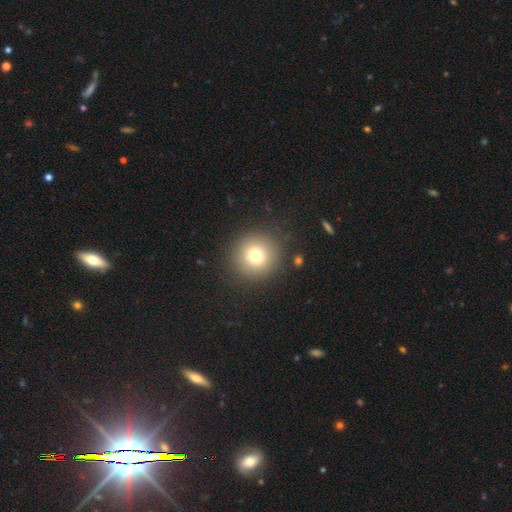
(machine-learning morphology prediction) Smooth or featured: smooth — 76% (star or artifact — 12%)
How rounded: round — 93% (in between — 6%)
Merging: none — 87% (minor disturbance — 8%)